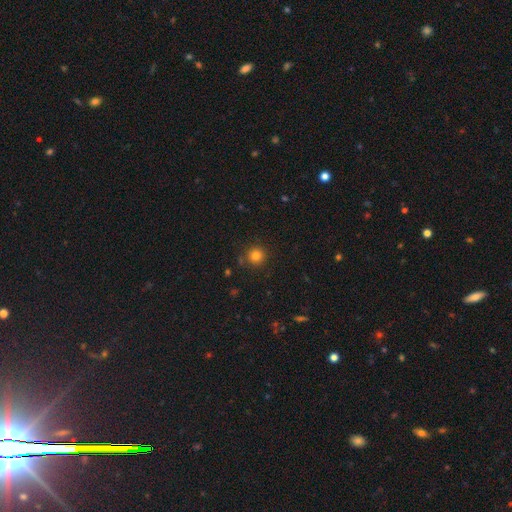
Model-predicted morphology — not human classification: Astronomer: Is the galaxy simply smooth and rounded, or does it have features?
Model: smooth — 81%.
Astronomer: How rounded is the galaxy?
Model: round — 94%.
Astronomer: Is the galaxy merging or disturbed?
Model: none — 86%.